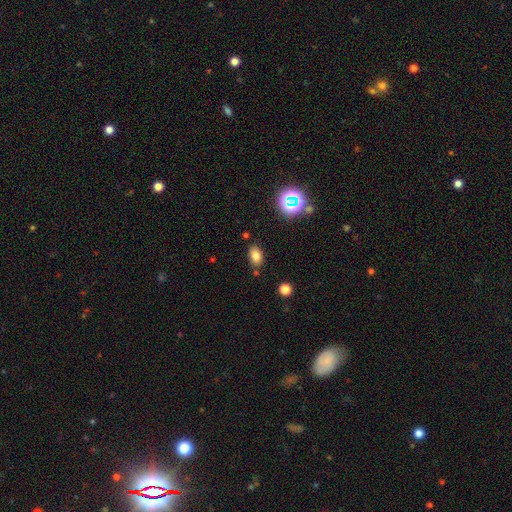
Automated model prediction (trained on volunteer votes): Overall: smooth (78%). How rounded: in between (86%). Merging: none (80%).